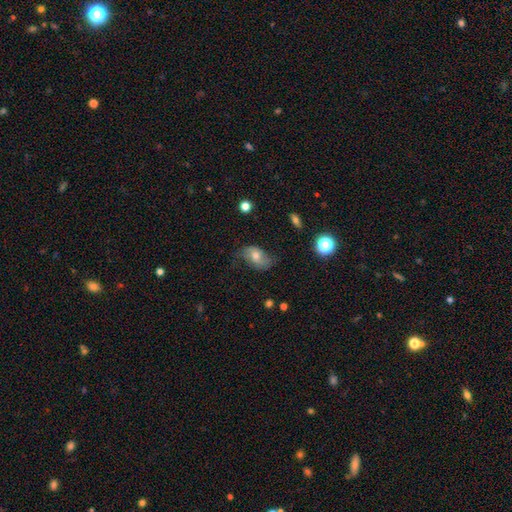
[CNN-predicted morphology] This is possibly a smooth galaxy (51%). How rounded: clearly in between (87%). Merging: possibly none (57%).